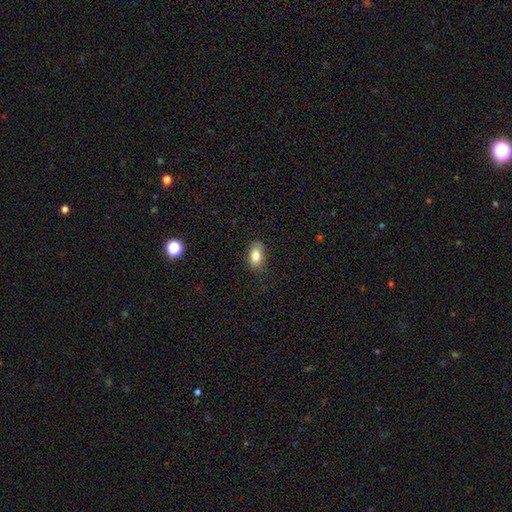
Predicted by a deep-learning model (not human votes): This is clearly a smooth galaxy (84%). How rounded: clearly in between (89%). Merging: likely none (76%).